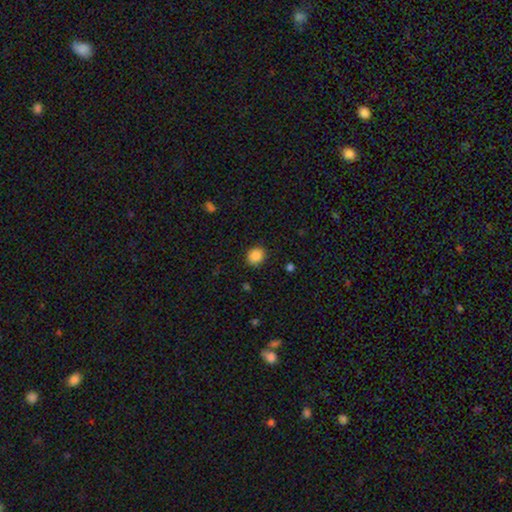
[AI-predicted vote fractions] Smooth or featured?
  - smooth: 86% *
  - star or artifact: 9%
  - featured or disk: 4%
How rounded?
  - round: 78% *
  - in between: 22%
  - cigar-shaped: 1%
Merging?
  - none: 89% *
  - minor disturbance: 8%
  - major disturbance: 2%
  - merger: 1%